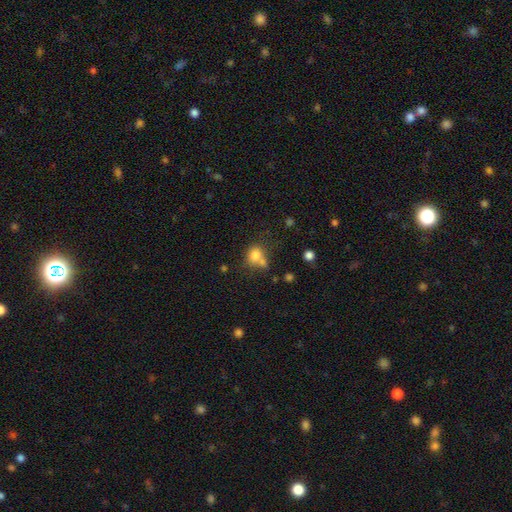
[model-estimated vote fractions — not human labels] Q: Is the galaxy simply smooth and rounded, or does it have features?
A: smooth — 78%.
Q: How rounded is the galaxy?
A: round — 54%.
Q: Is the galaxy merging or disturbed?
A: none — 43%.